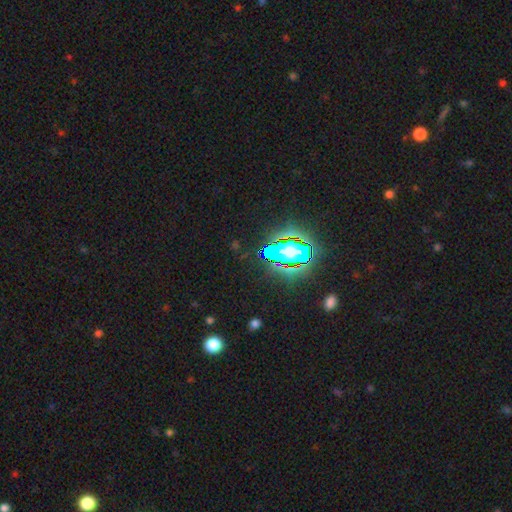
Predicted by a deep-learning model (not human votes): smooth-or-featured: star or artifact: 81% | smooth: 11% | featured or disk: 7%